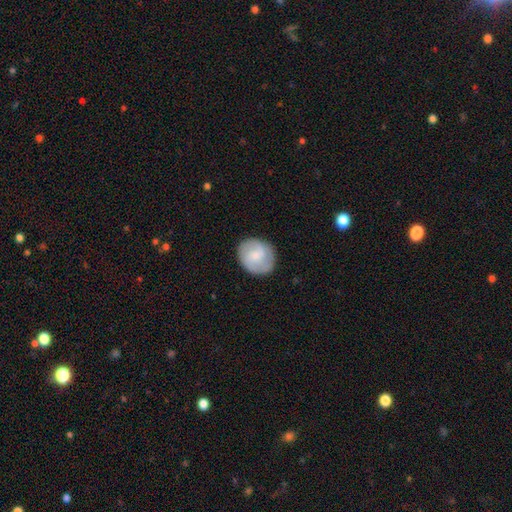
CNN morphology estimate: smooth-or-featured: featured or disk: 48% | smooth: 46% | star or artifact: 6%
  merging: none: 83% | minor disturbance: 12% | major disturbance: 4% | merger: 1%